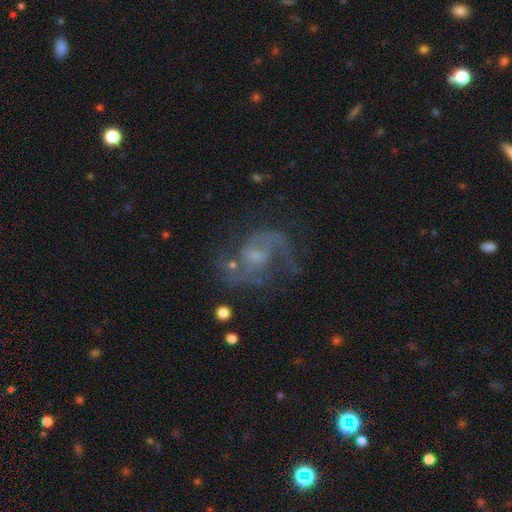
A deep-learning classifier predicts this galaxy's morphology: Smooth or featured? Predicted: featured or disk (p=0.79). Edge-on disk? Predicted: no (p=0.98). Bar? Predicted: no (p=0.50). Spiral arms? Predicted: yes (p=0.90). Spiral winding? Predicted: medium (p=0.50). Spiral arm count? Predicted: 2 (p=0.72). Bulge size? Predicted: small (p=0.47). Merging? Predicted: none (p=0.58).